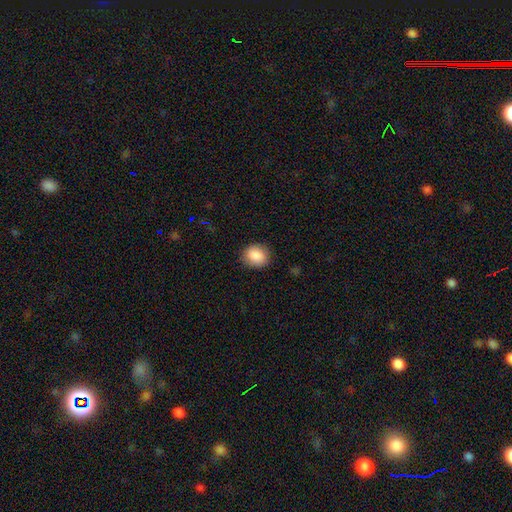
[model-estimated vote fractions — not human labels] smooth-or-featured: smooth: 88% | star or artifact: 8% | featured or disk: 5%
  how-rounded: round: 63% | in between: 36% | cigar-shaped: 1%
  merging: none: 84% | minor disturbance: 12% | major disturbance: 3% | merger: 1%